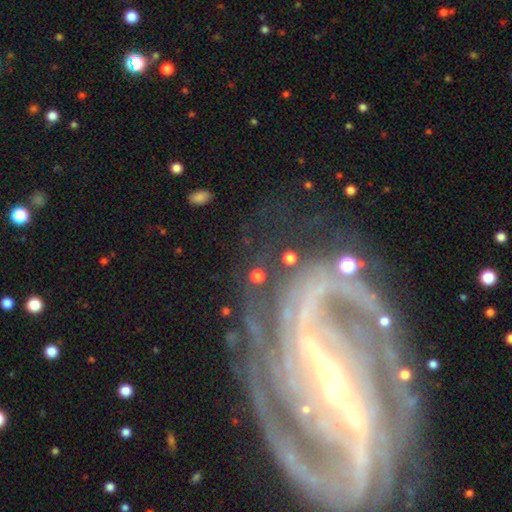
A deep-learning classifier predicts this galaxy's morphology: Smooth or featured? Predicted: featured or disk (p=0.91). Edge-on disk? Predicted: no (p=0.96). Bar? Predicted: strong (p=0.78). Spiral arms? Predicted: yes (p=0.97). Spiral winding? Predicted: medium (p=0.48). Spiral arm count? Predicted: 2 (p=0.69). Bulge size? Predicted: small (p=0.72). Merging? Predicted: none (p=0.67).